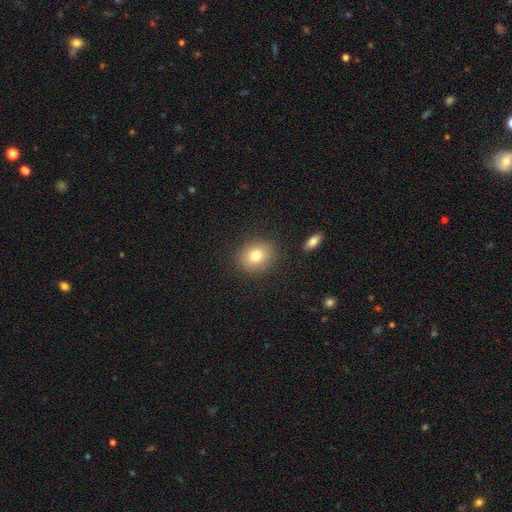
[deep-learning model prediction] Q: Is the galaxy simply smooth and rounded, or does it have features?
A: smooth — 79%.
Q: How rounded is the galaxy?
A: round — 65%.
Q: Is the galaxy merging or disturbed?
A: none — 86%.